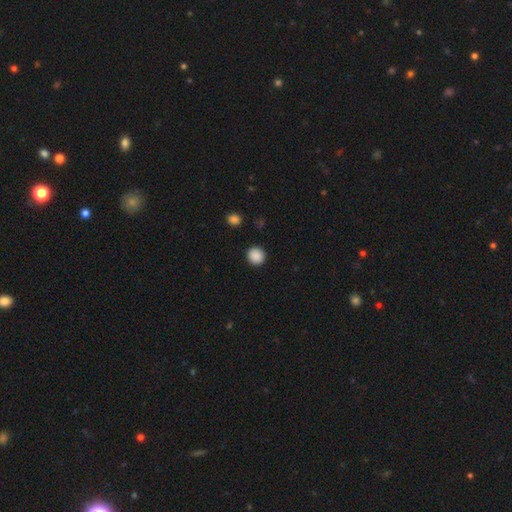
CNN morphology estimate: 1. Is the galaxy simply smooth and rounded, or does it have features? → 89% smooth, 9% star or artifact, 2% featured or disk.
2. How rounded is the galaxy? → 93% round, 6% in between, 1% cigar-shaped.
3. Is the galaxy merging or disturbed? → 92% none, 5% minor disturbance, 2% major disturbance, 1% merger.